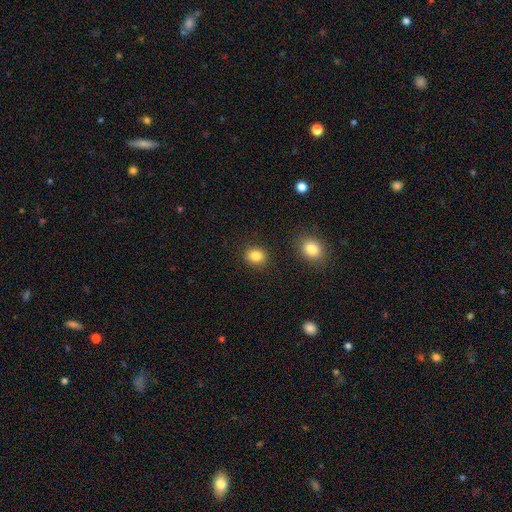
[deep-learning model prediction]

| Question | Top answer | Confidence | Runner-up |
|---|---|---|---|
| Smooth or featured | smooth | 85% | star or artifact (10%) |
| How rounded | round | 68% | in between (31%) |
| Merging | none | 87% | minor disturbance (8%) |